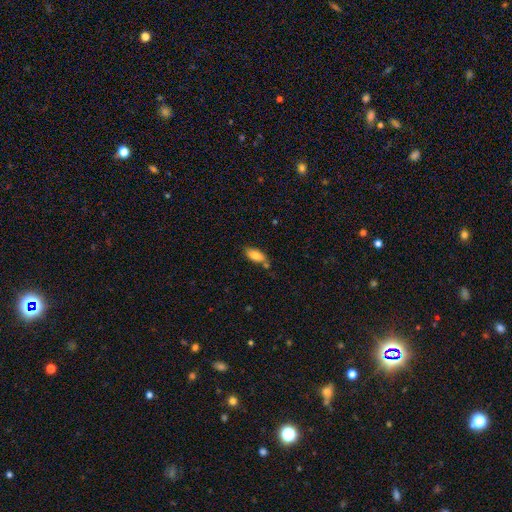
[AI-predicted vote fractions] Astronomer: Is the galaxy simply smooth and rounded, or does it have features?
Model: smooth — 82%.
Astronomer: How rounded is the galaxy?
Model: in between — 86%.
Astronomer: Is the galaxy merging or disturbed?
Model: none — 63%.